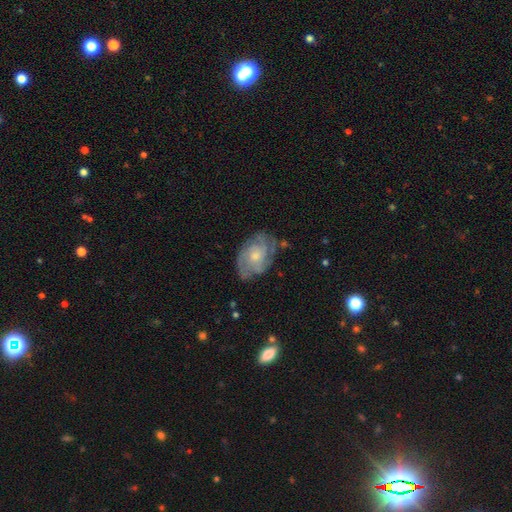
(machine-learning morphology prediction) Smooth or featured: featured or disk — 70% (smooth — 23%)
Edge-on disk: no — 96% (yes — 4%)
Bar: no — 78% (weak — 19%)
Spiral arms: yes — 85% (no — 15%)
Spiral winding: tight — 57% (medium — 33%)
Spiral arm count: can't tell — 43% (2 — 24%)
Bulge size: small — 48% (moderate — 43%)
Merging: none — 68% (minor disturbance — 22%)